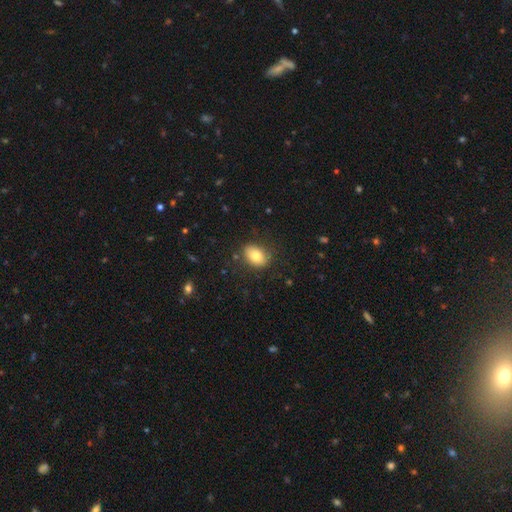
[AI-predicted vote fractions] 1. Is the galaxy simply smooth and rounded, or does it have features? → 81% smooth, 10% featured or disk, 8% star or artifact.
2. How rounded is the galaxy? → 76% in between, 23% round, 1% cigar-shaped.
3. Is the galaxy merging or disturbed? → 78% none, 16% minor disturbance, 4% major disturbance, 1% merger.